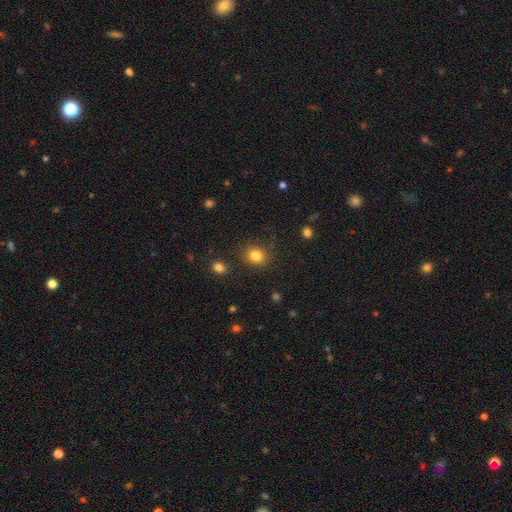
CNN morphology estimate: smooth_or_featured: smooth (p=0.83) [alt: star or artifact p=0.12]
how_rounded: round (p=0.76) [alt: in between p=0.23]
merging: none (p=0.84) [alt: minor disturbance p=0.10]